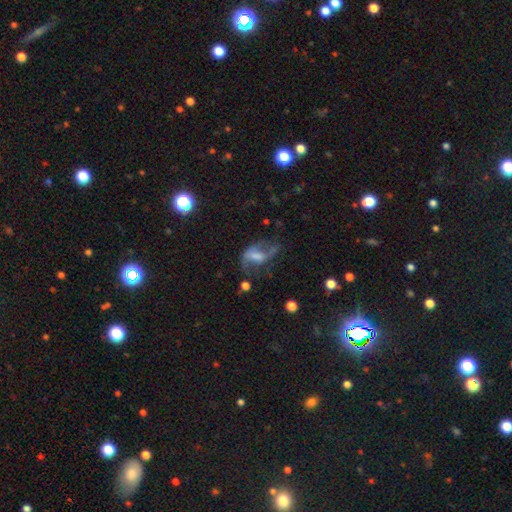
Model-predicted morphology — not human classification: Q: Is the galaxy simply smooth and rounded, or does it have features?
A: featured or disk — 58%.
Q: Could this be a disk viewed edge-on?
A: no — 94%.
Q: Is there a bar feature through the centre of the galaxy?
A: weak — 40%.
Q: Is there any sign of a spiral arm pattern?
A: yes — 68%.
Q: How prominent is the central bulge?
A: moderate — 31%, tied with small.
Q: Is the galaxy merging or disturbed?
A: none — 43%.